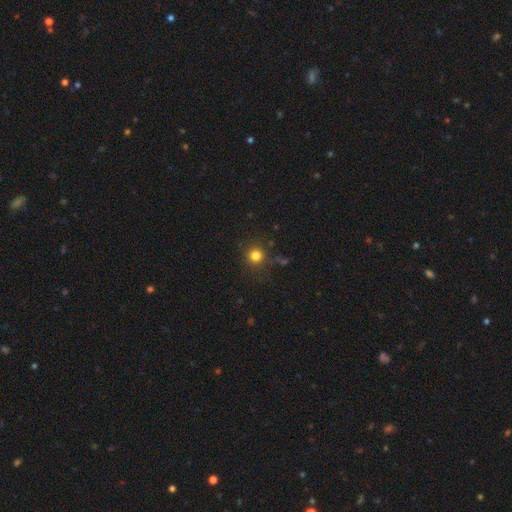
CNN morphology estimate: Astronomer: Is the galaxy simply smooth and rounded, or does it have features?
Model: smooth — 80%.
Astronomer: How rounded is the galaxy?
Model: round — 93%.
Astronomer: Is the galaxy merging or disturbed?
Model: none — 86%.